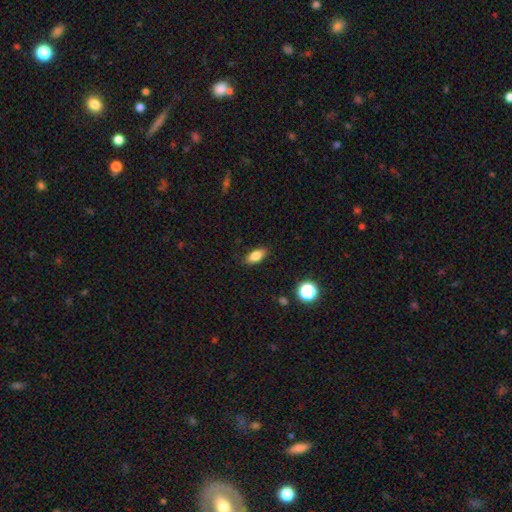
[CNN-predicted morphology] smooth_or_featured: smooth (p=0.82) [alt: star or artifact p=0.09]
how_rounded: in between (p=0.84) [alt: cigar-shaped p=0.10]
merging: none (p=0.86) [alt: minor disturbance p=0.10]